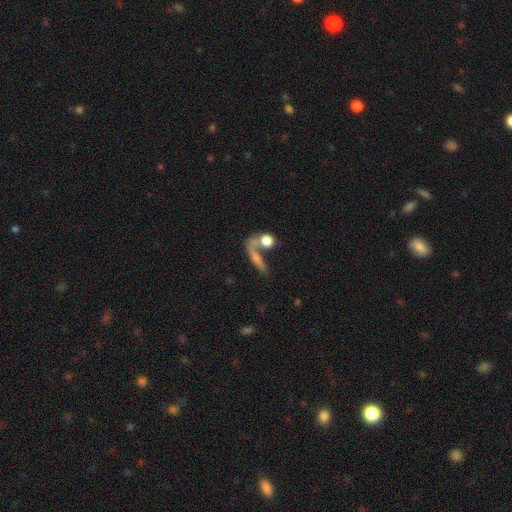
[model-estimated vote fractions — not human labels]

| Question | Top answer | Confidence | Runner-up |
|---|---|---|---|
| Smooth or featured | smooth | 58% | featured or disk (29%) |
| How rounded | cigar-shaped | 40% | in between (35%) |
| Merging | merger | 38% | none (35%) |